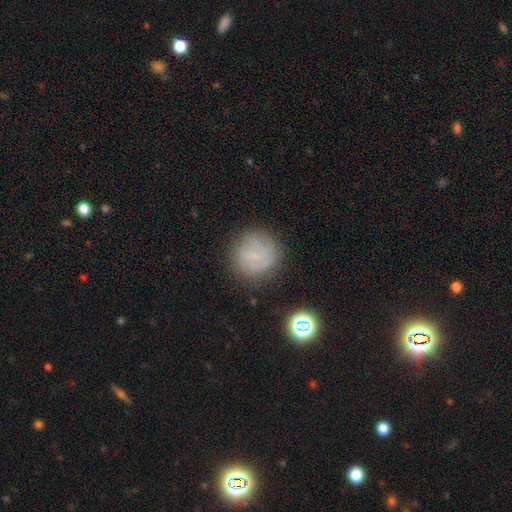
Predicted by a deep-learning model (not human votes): Smooth or featured?
  - featured or disk: 48% *
  - smooth: 38%
  - star or artifact: 14%
Merging?
  - none: 78% *
  - minor disturbance: 14%
  - major disturbance: 6%
  - merger: 2%